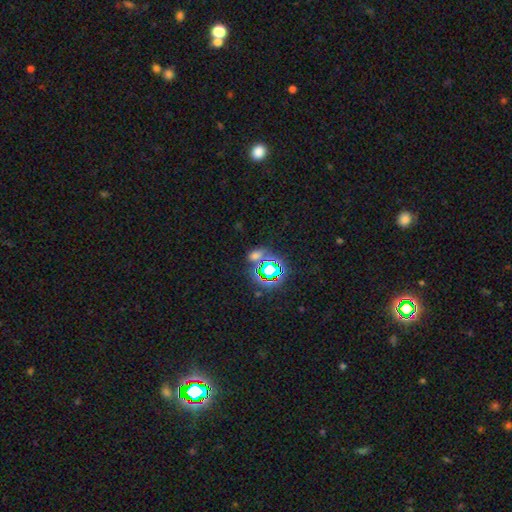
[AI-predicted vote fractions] Smooth or featured? Predicted: star or artifact (p=0.50).